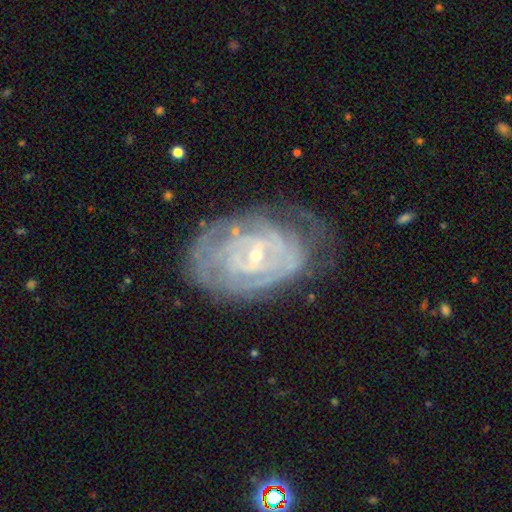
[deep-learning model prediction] The model was most divided on "bar" (2-way tie): no: 42%, weak: 42%, strong: 16%. Remaining: edge-on disk — no (96%); spiral arms — yes (87%); smooth or featured — featured or disk (83%); bulge size — small (78%); spiral winding — tight (76%); merging — none (61%); spiral arm count — can't tell (50%).